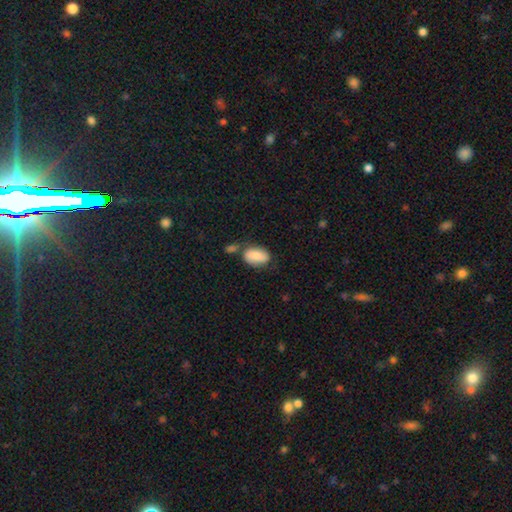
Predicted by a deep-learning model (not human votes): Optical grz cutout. It shows a smooth galaxy with no disk features (73%) that is in between round and cigar-shaped (90%). Merging: none (55%).